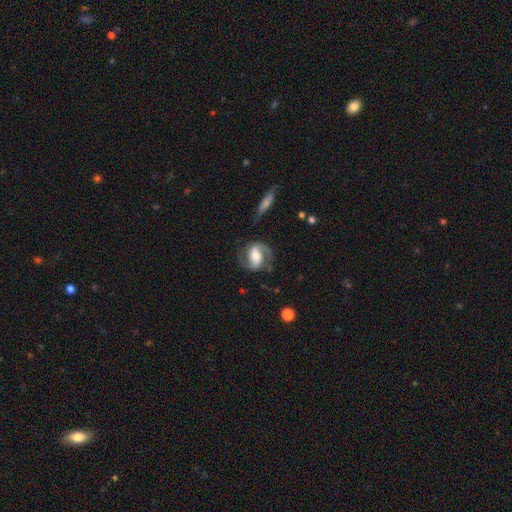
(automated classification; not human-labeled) featured or disk 81%, smooth 13%, star or artifact 5%. Down the decision tree: edge-on disk — no (97%); bar — weak (38%, tied with strong); spiral arms — yes (95%); spiral arm count — 2 (90%); spiral winding — medium (53%); bulge size — moderate (56%); merging — none (75%).